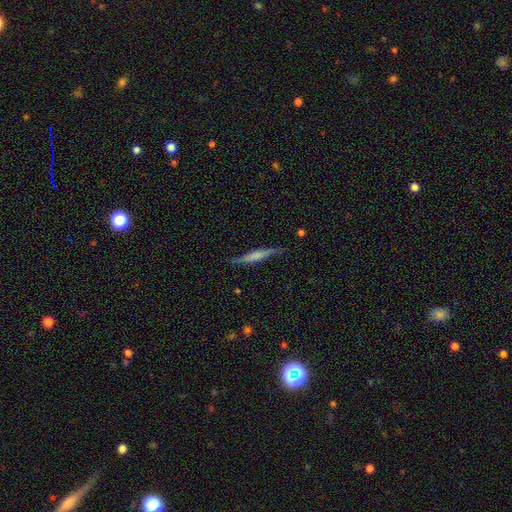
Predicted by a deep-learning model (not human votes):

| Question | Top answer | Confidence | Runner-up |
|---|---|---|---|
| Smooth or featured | featured or disk | 51% | smooth (43%) |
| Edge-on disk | yes | 91% | no (9%) |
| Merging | none | 78% | minor disturbance (16%) |